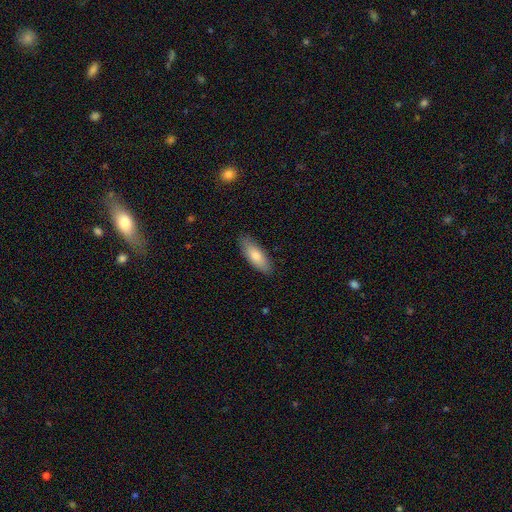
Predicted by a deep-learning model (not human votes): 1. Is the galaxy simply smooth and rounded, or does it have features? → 80% smooth, 14% featured or disk, 6% star or artifact.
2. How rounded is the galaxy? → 67% in between, 31% cigar-shaped, 2% round.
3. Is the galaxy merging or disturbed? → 85% none, 11% minor disturbance, 2% major disturbance, 1% merger.